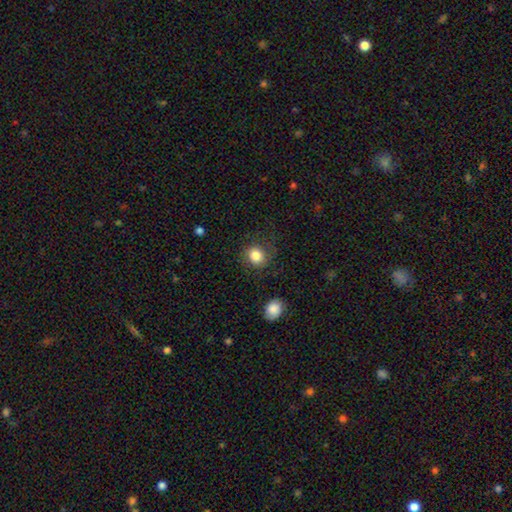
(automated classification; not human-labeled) Smooth or featured: smooth — 84% (star or artifact — 10%)
How rounded: round — 81% (in between — 18%)
Merging: none — 81% (minor disturbance — 12%)